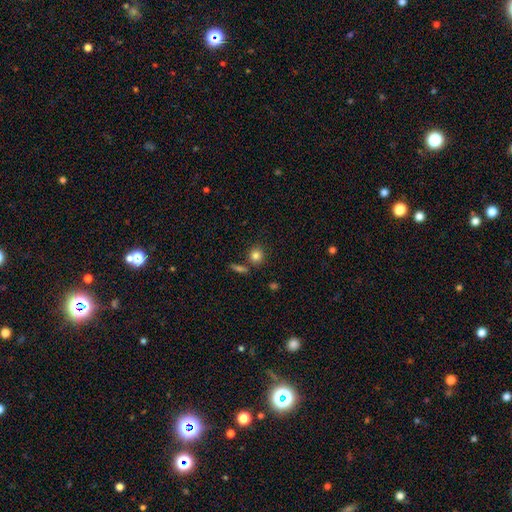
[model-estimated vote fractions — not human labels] Morphology: type=smooth (83%); roundness=round (80%); merging=none (75%).